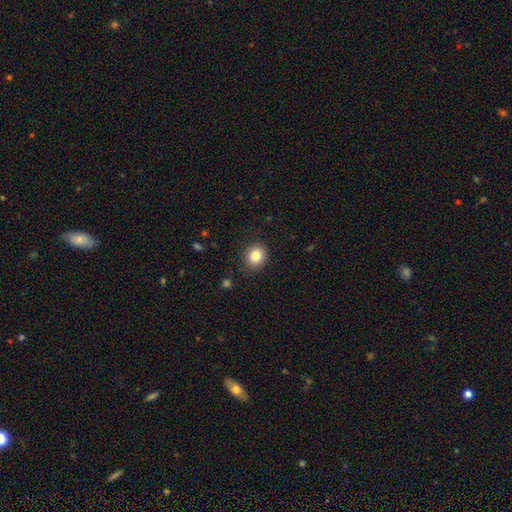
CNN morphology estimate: A smooth galaxy with no disk features (84%) that is round (76%).

Vote fractions:
- Smooth or featured? smooth: 84% / star or artifact: 10% / featured or disk: 6%
- How rounded? round: 76% / in between: 23% / cigar-shaped: 1%
- Merging? none: 87% / minor disturbance: 9% / major disturbance: 3% / merger: 1%